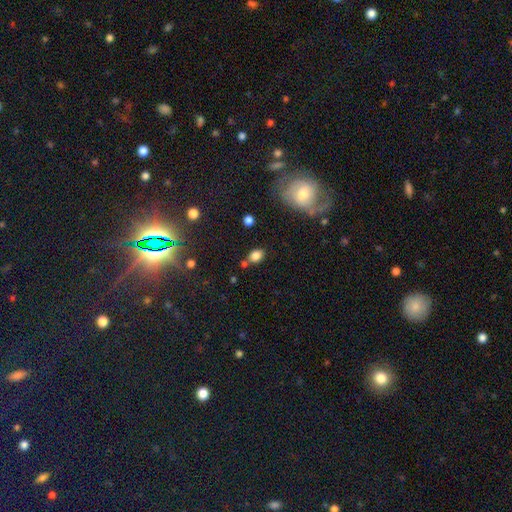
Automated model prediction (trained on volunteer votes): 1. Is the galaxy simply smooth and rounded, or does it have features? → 82% smooth, 12% star or artifact, 7% featured or disk.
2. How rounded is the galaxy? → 71% in between, 27% round, 2% cigar-shaped.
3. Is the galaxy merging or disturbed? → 67% none, 15% minor disturbance, 13% merger, 5% major disturbance.